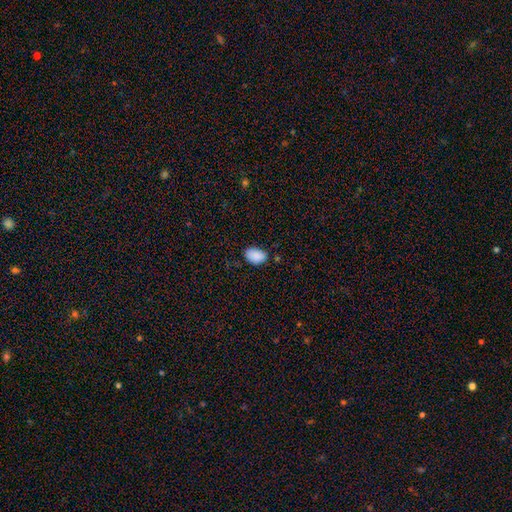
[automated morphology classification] Smooth or featured? Predicted: smooth (p=0.89). How rounded? Predicted: in between (p=0.88). Merging? Predicted: none (p=0.76).